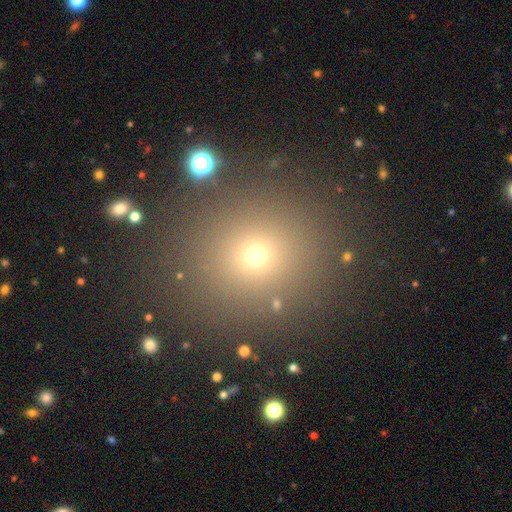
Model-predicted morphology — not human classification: Smooth or featured? Predicted: smooth (p=0.63). How rounded? Predicted: round (p=0.85). Merging? Predicted: none (p=0.87).